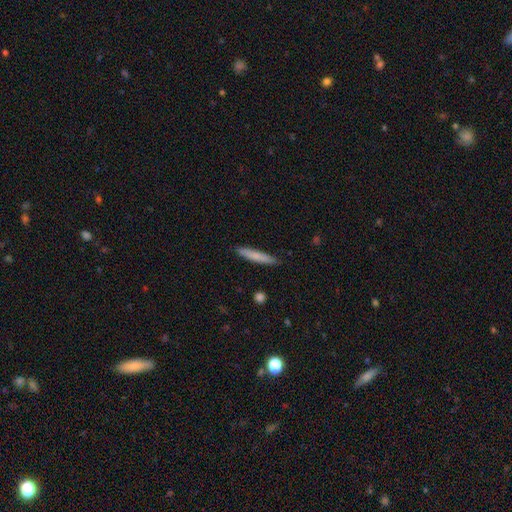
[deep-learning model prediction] Smooth or featured?
  - smooth: 76% *
  - featured or disk: 18%
  - star or artifact: 6%
How rounded?
  - cigar-shaped: 93% *
  - in between: 6%
  - round: 1%
Merging?
  - none: 89% *
  - minor disturbance: 8%
  - major disturbance: 2%
  - merger: 1%